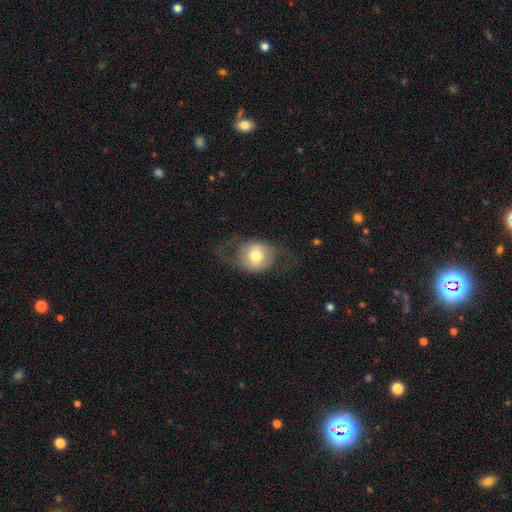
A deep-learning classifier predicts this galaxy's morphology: smooth 51%, featured or disk 43%, star or artifact 6%. Down the decision tree: how rounded — round (60%); merging — none (57%).